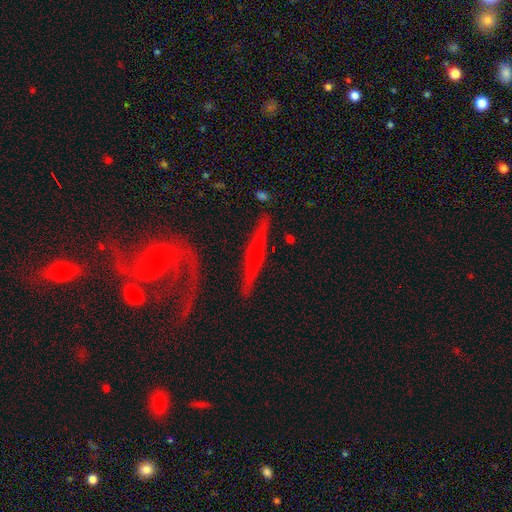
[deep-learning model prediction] Smooth or featured: featured or disk — 64% (smooth — 30%)
Edge-on disk: yes — 89% (no — 11%)
Edge-on bulge: none — 52% (rounded — 39%)
Merging: none — 81% (minor disturbance — 11%)